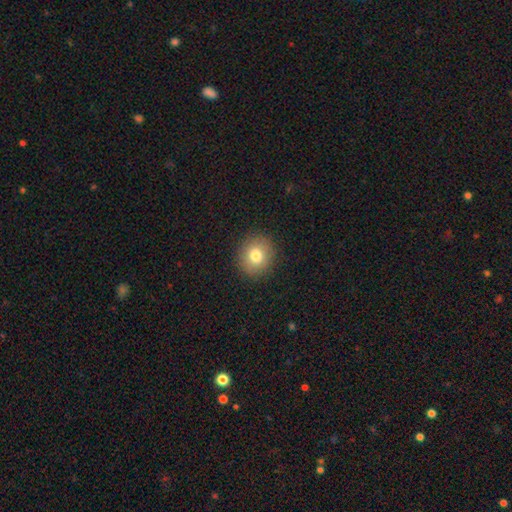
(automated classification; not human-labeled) Overall: smooth (78%). How rounded: round (85%). Merging: none (91%).